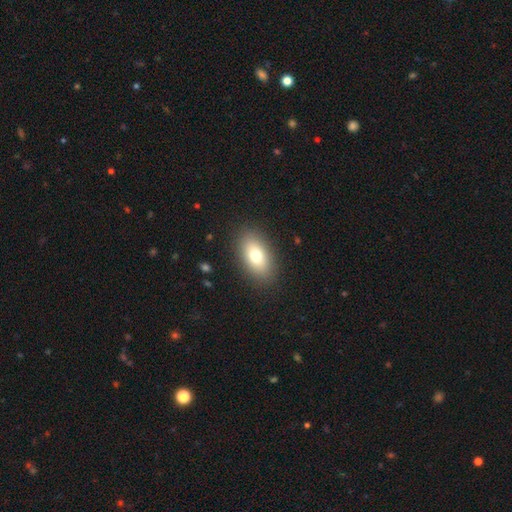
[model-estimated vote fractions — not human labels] Overall: smooth (74%). How rounded: in between (89%). Merging: none (87%).